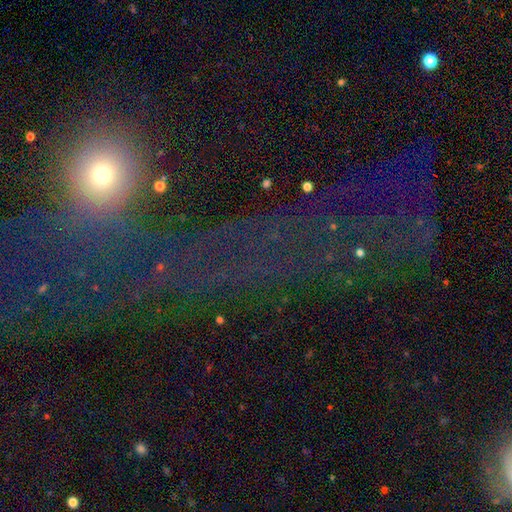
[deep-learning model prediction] smooth_or_featured: star or artifact (p=0.50) [alt: smooth p=0.33]